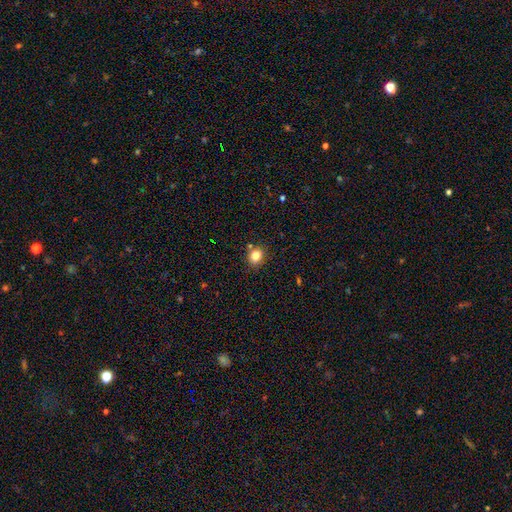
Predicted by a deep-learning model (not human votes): Smooth or featured: smooth — 82% (star or artifact — 12%)
How rounded: round — 66% (in between — 33%)
Merging: none — 84% (minor disturbance — 10%)